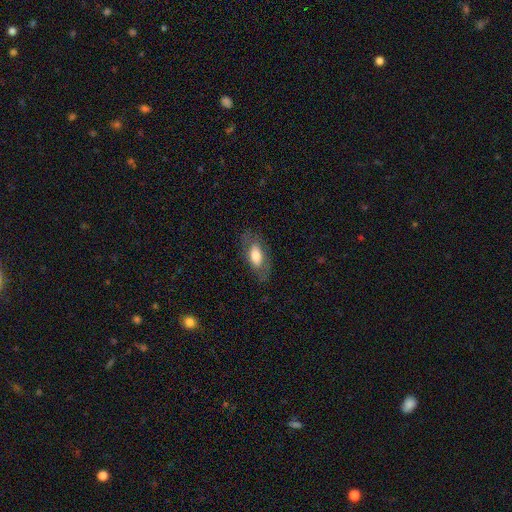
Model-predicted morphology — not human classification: Smooth or featured: smooth — 66% (featured or disk — 28%)
How rounded: in between — 85% (cigar-shaped — 11%)
Merging: none — 75% (minor disturbance — 16%)